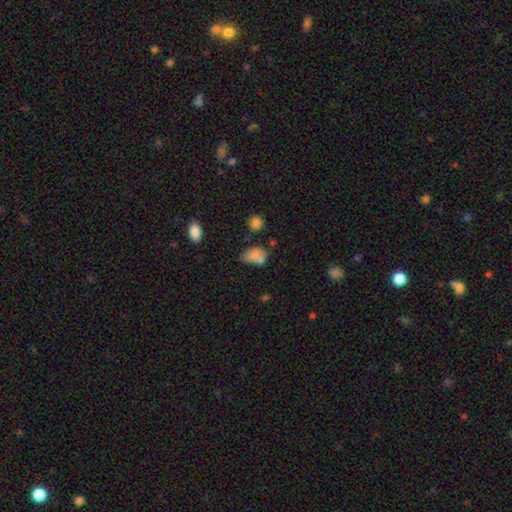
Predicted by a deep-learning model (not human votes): A smooth galaxy with no disk features (76%) that is in between round and cigar-shaped (78%).

Vote fractions:
- Smooth or featured? smooth: 76% / featured or disk: 12% / star or artifact: 12%
- How rounded? in between: 78% / round: 20% / cigar-shaped: 2%
- Merging? none: 37% / minor disturbance: 30% / merger: 20% / major disturbance: 13%